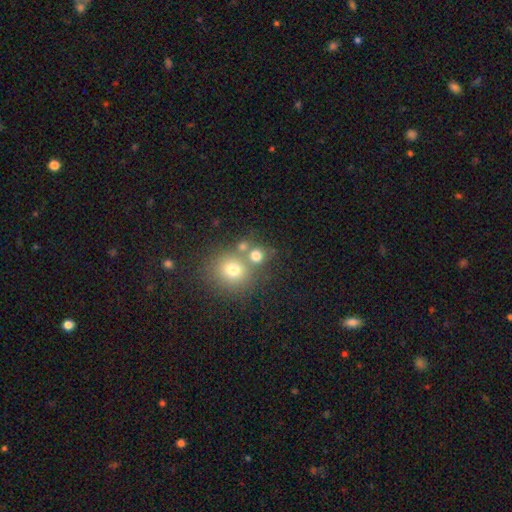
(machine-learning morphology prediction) This is likely a smooth galaxy (73%). How rounded: clearly round (83%). Merging: possibly none (55%).